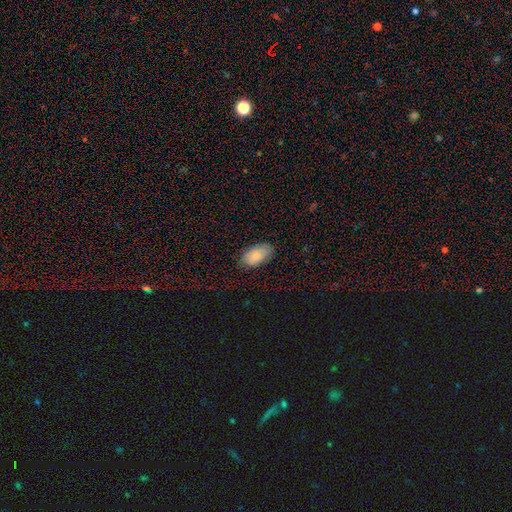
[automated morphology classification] type=smooth (84%); roundness=in between (94%); merging=none (80%).